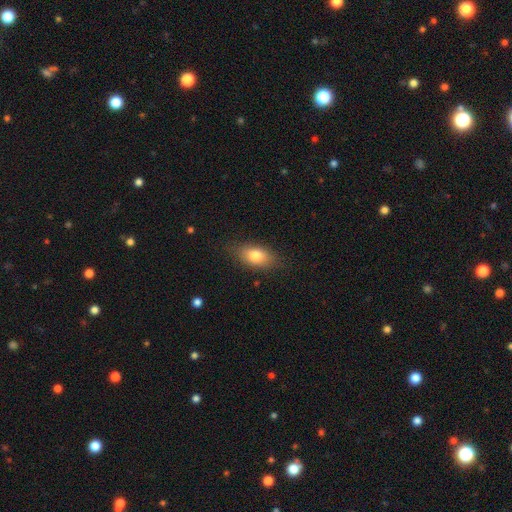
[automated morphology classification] Q: Smooth or featured?
A: smooth (80%); runner-up: featured or disk (12%)
Q: How rounded?
A: in between (86%); runner-up: round (9%)
Q: Merging?
A: none (81%); runner-up: minor disturbance (14%)